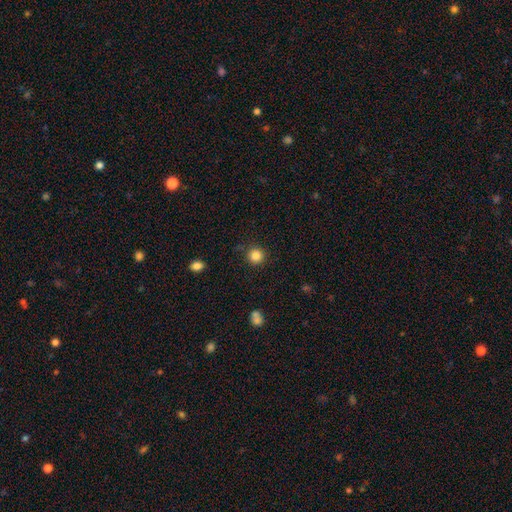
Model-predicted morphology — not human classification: Q: Smooth or featured?
A: smooth (85%); runner-up: star or artifact (11%)
Q: How rounded?
A: round (94%); runner-up: in between (5%)
Q: Merging?
A: none (88%); runner-up: minor disturbance (8%)